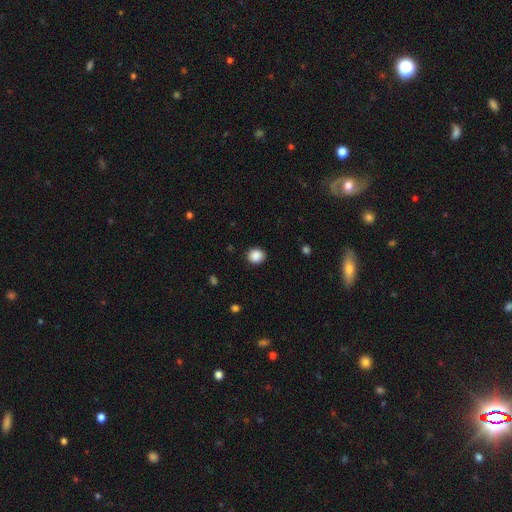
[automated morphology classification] The model was most divided on "how rounded": round: 80%, in between: 19%, cigar-shaped: 1%. More confident: merging — none (90%); smooth or featured — smooth (88%).